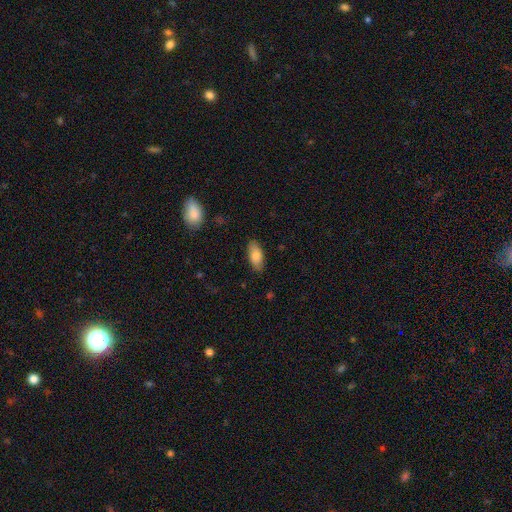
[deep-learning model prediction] This is clearly a smooth galaxy (82%). How rounded: clearly in between (88%). Merging: clearly none (86%).